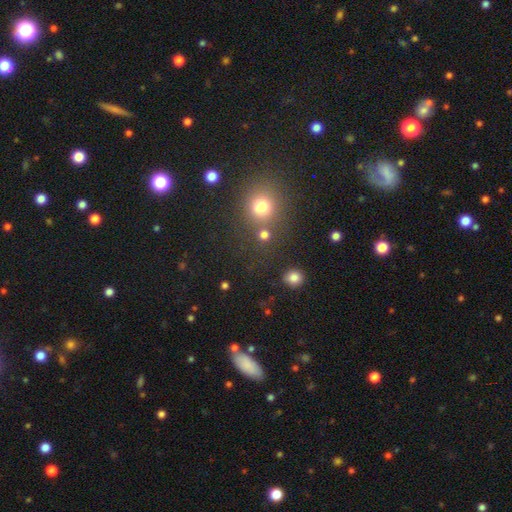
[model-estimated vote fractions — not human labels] A smooth galaxy with no disk features (56%) that is round (84%). Merging: none (75%).